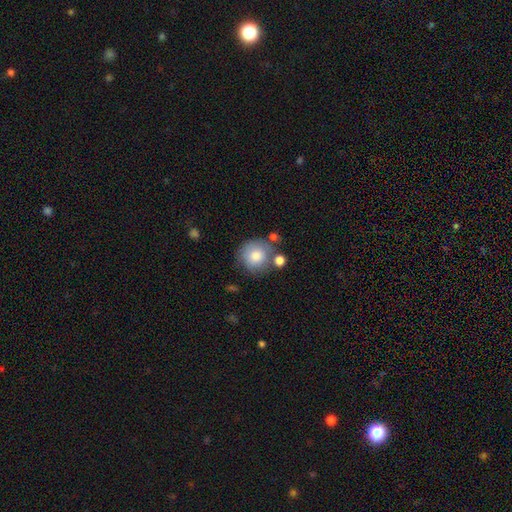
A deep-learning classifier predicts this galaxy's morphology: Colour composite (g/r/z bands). It shows a smooth galaxy with no disk features (78%) that is round (91%). Merging: none (63%).